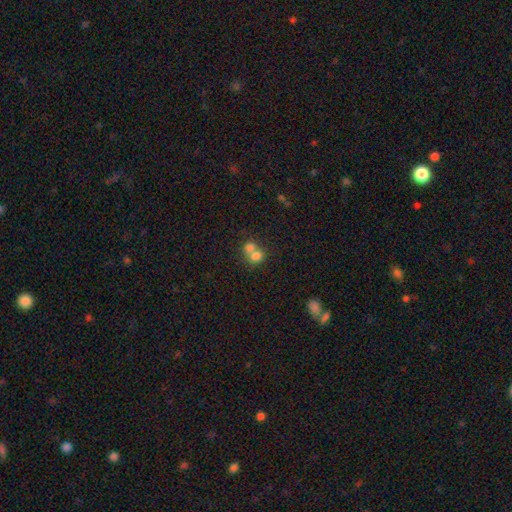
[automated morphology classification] Overall: smooth (74%). How rounded: round (72%). Merging: merger (66%).